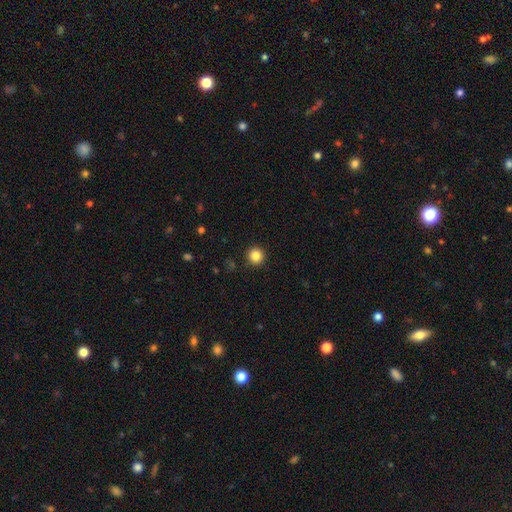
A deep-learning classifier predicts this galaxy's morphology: A smooth galaxy with no disk features (85%) that is round (96%).

Vote fractions:
- Smooth or featured? smooth: 85% / star or artifact: 11% / featured or disk: 4%
- How rounded? round: 96% / in between: 3% / cigar-shaped: 1%
- Merging? none: 92% / minor disturbance: 5% / major disturbance: 2% / merger: 1%